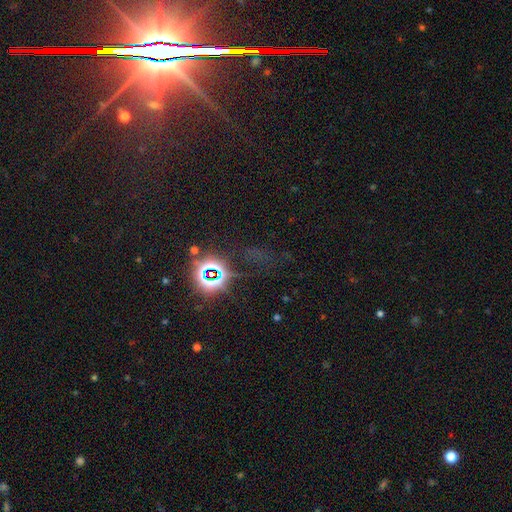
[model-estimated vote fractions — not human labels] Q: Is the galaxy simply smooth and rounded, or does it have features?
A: star or artifact — 78%.